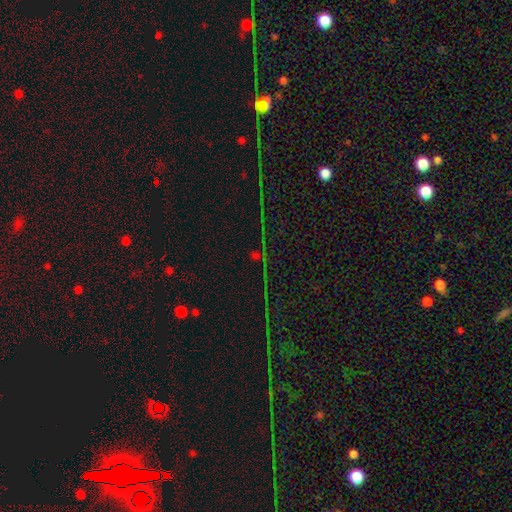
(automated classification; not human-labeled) star or artifact 75%, smooth 13%, featured or disk 11%.